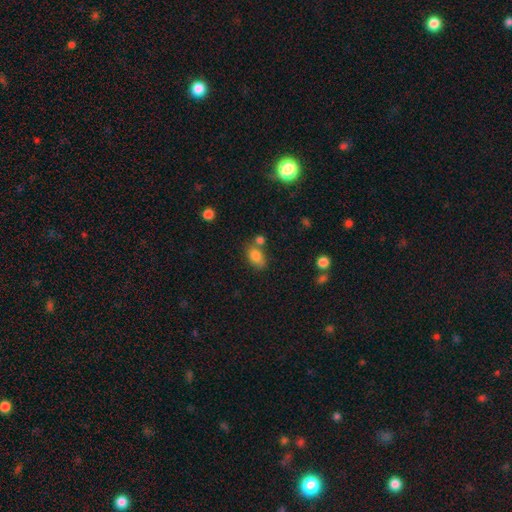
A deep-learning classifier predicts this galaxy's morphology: Smooth or featured? smooth (82%)
How rounded? in between (81%)
Merging? none (57%)